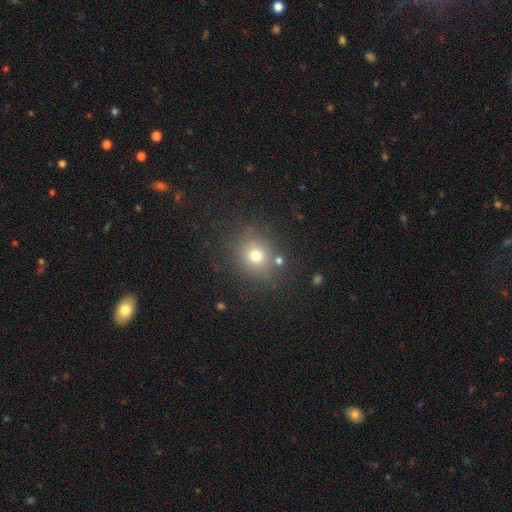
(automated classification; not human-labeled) Smooth or featured?
  - smooth: 73% *
  - star or artifact: 17%
  - featured or disk: 10%
How rounded?
  - round: 80% *
  - in between: 19%
  - cigar-shaped: 1%
Merging?
  - none: 79% *
  - minor disturbance: 11%
  - merger: 6%
  - major disturbance: 4%